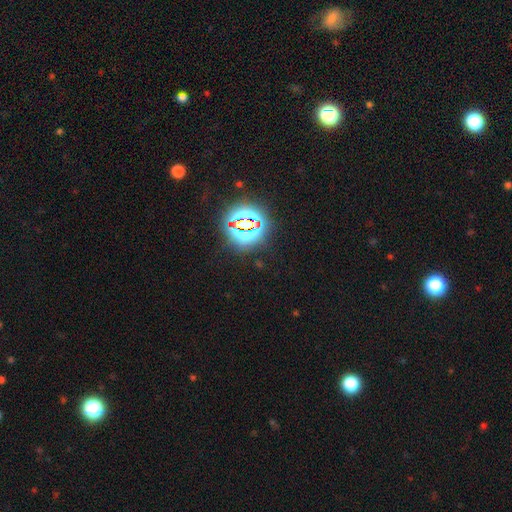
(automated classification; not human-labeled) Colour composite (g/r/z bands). It shows a star or artifact, not a galaxy (79%).